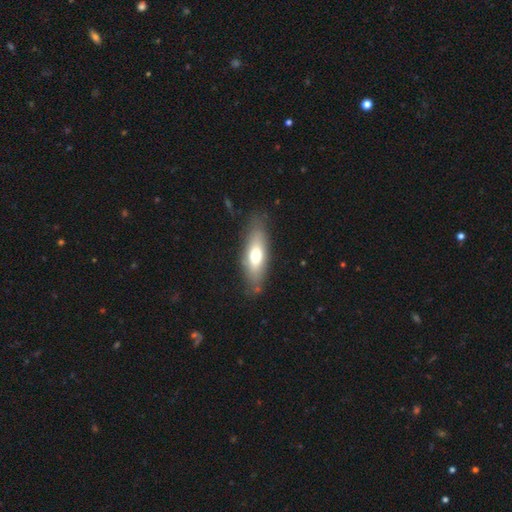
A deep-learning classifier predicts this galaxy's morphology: Smooth or featured: smooth — 62% (featured or disk — 31%)
How rounded: in between — 60% (cigar-shaped — 37%)
Merging: none — 79% (minor disturbance — 15%)